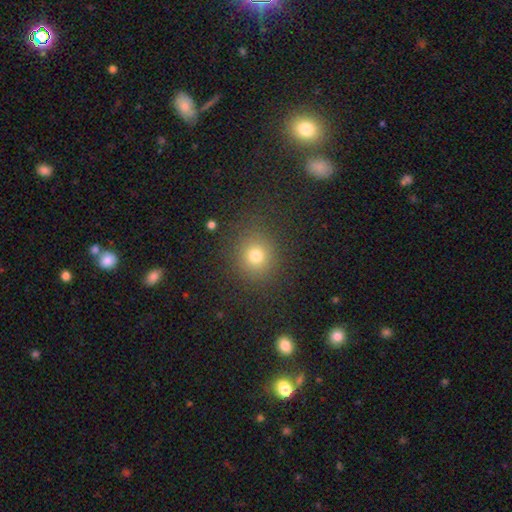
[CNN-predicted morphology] This is likely a smooth galaxy (75%). How rounded: clearly round (85%). Merging: clearly none (85%).